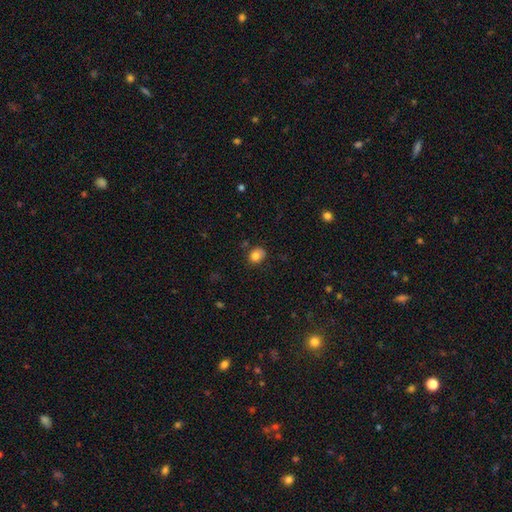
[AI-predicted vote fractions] smooth_or_featured: smooth (p=0.81) [alt: star or artifact p=0.10]
how_rounded: in between (p=0.53) [alt: round p=0.46]
merging: none (p=0.69) [alt: minor disturbance p=0.22]